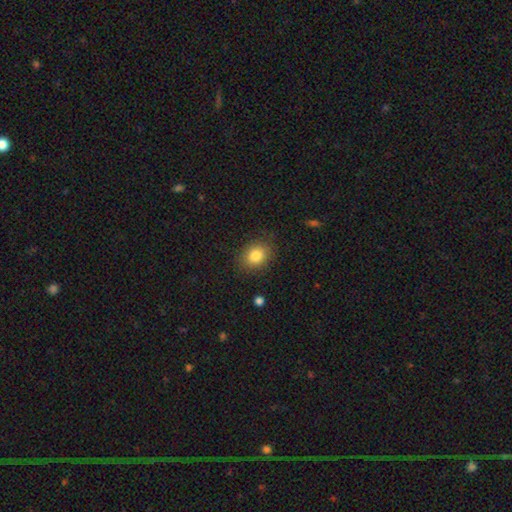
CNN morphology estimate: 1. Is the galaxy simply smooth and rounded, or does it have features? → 84% smooth, 10% star or artifact, 7% featured or disk.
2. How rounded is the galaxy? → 51% in between, 48% round, 1% cigar-shaped.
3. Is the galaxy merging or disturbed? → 84% none, 11% minor disturbance, 3% major disturbance, 1% merger.